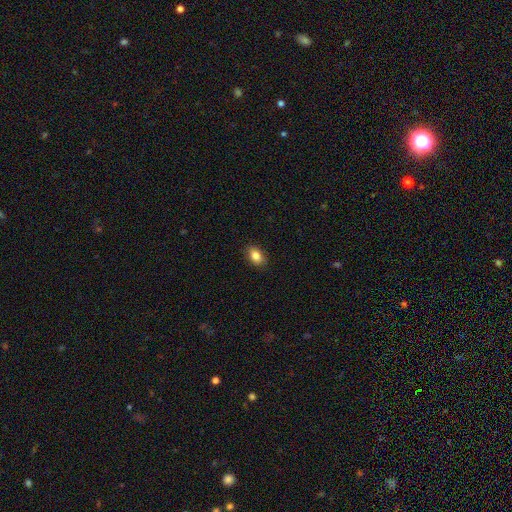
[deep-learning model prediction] Overall: smooth (85%). How rounded: in between (85%). Merging: none (88%).